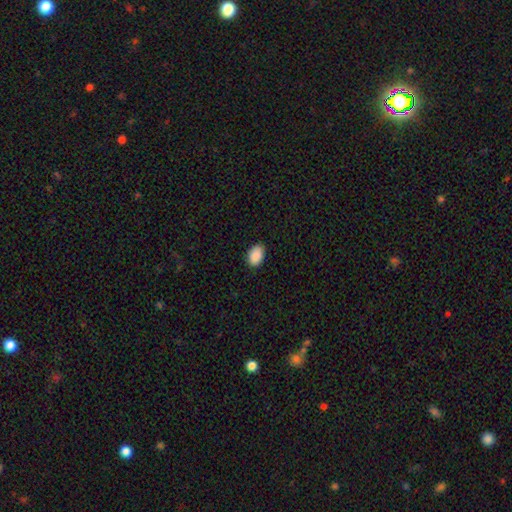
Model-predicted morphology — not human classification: Smooth or featured?
  - smooth: 90% *
  - star or artifact: 7%
  - featured or disk: 3%
How rounded?
  - in between: 89% *
  - round: 10%
  - cigar-shaped: 1%
Merging?
  - none: 87% *
  - minor disturbance: 10%
  - major disturbance: 2%
  - merger: 1%